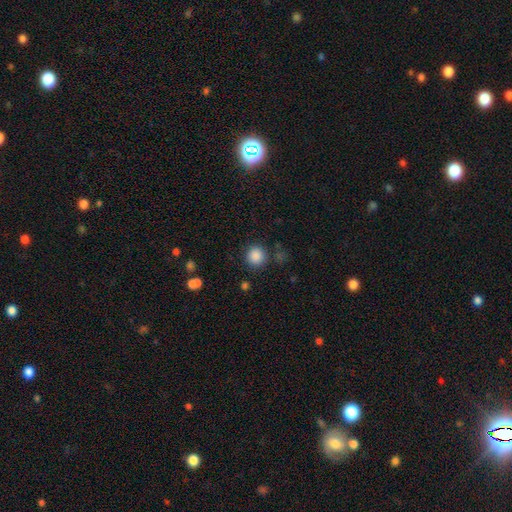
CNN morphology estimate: A smooth galaxy with no disk features (87%) that is round (91%). Merging: none (85%).